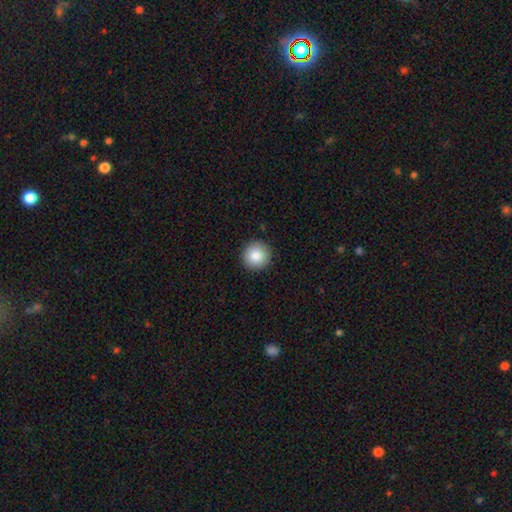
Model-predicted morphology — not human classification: Q: Smooth or featured?
A: smooth (84%); runner-up: star or artifact (9%)
Q: How rounded?
A: round (95%); runner-up: in between (4%)
Q: Merging?
A: none (92%); runner-up: minor disturbance (6%)